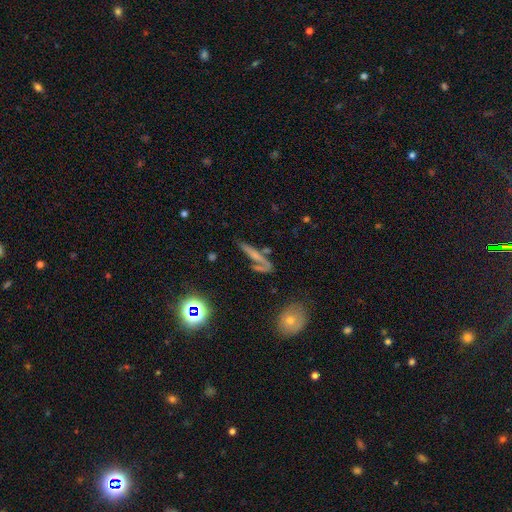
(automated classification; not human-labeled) smooth-or-featured: featured or disk: 43% | smooth: 42% | star or artifact: 16%
  merging: none: 43% | merger: 23% | minor disturbance: 18% | major disturbance: 16%